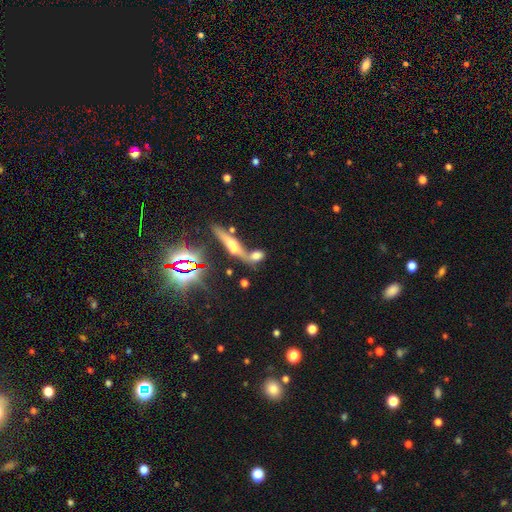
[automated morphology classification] smooth_or_featured: smooth (p=0.57) [alt: featured or disk p=0.25]
how_rounded: in between (p=0.58) [alt: cigar-shaped p=0.24]
merging: merger (p=0.52) [alt: none p=0.30]